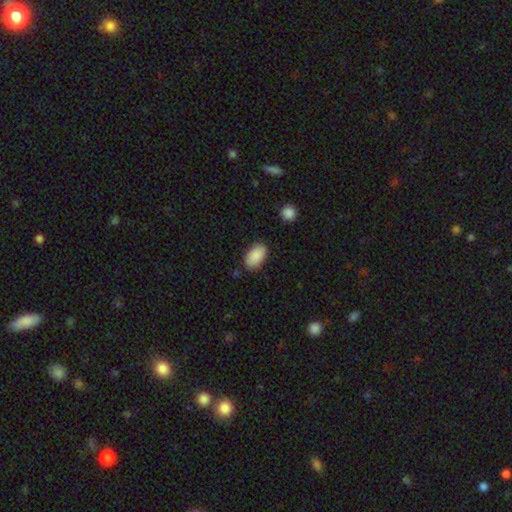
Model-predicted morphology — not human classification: smooth-or-featured: smooth: 89% | star or artifact: 7% | featured or disk: 4%
  how-rounded: in between: 94% | round: 5% | cigar-shaped: 2%
  merging: none: 83% | minor disturbance: 12% | major disturbance: 3% | merger: 2%